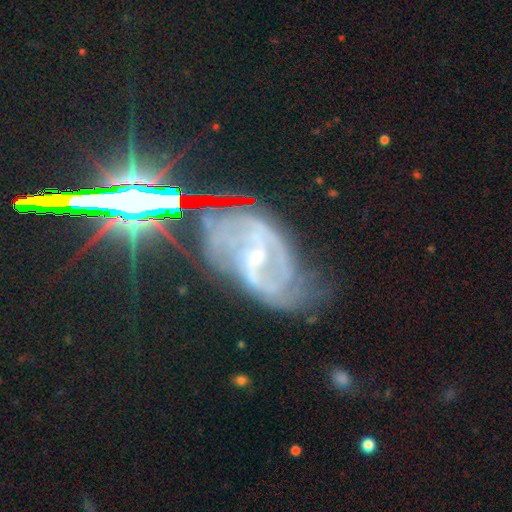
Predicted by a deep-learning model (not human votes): This is likely a featured or disk galaxy (78%). It is clearly not viewed edge-on (95%). Bar: marginally strong (44%). Spiral arm pattern: clearly yes (90%). Spiral arm count: likely 2 (61%). Spiral winding: marginally medium (43%). Central bulge: likely small (71%). Merging: possibly none (54%).